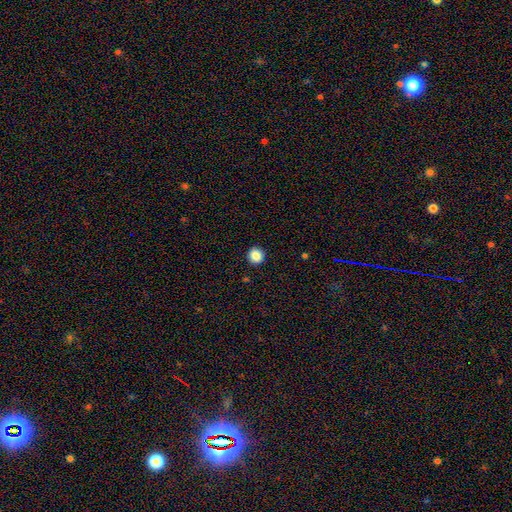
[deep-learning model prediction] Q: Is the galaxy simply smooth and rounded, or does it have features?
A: smooth — 87%.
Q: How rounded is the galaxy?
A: round — 95%.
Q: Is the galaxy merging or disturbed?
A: none — 93%.